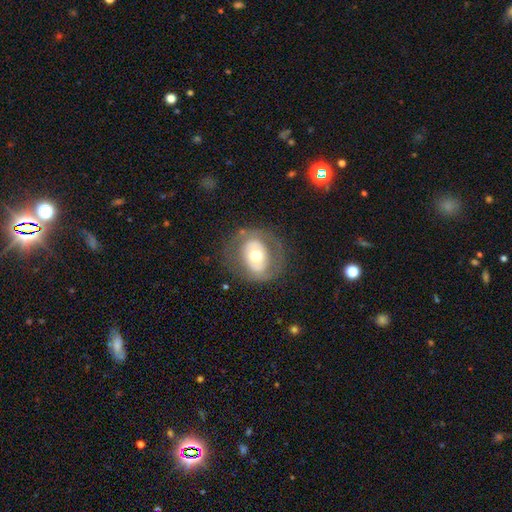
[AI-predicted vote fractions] The model was most divided on "smooth or featured": featured or disk: 53%, smooth: 40%, star or artifact: 7%. More confident: edge-on disk — no (94%); spiral arms — no (77%); bar — no (74%); merging — none (71%); bulge size — moderate (68%).